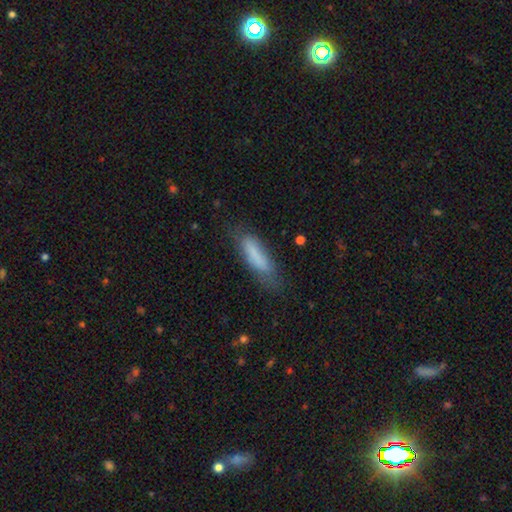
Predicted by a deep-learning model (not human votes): This is likely a smooth galaxy (77%). How rounded: likely cigar-shaped (62%). Merging: likely none (62%).